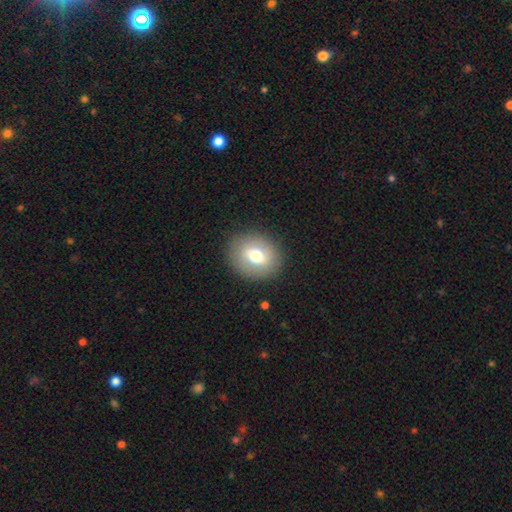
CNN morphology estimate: The model was most divided on "smooth or featured": smooth: 64%, featured or disk: 27%, star or artifact: 9%. More confident: merging — none (86%); how rounded — round (70%).